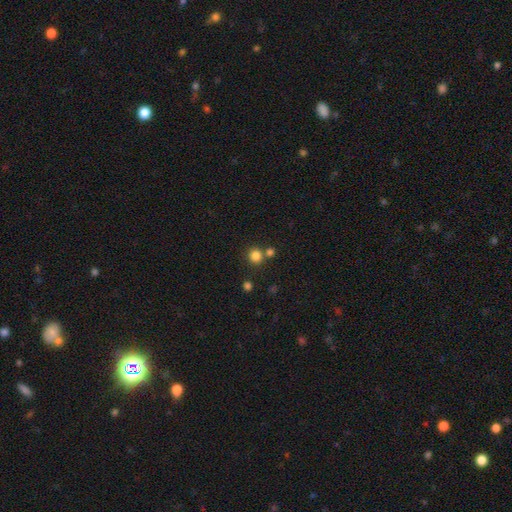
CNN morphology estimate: smooth-or-featured: smooth: 82% | star or artifact: 13% | featured or disk: 5%
  how-rounded: round: 91% | in between: 8% | cigar-shaped: 1%
  merging: none: 72% | merger: 18% | minor disturbance: 7% | major disturbance: 3%